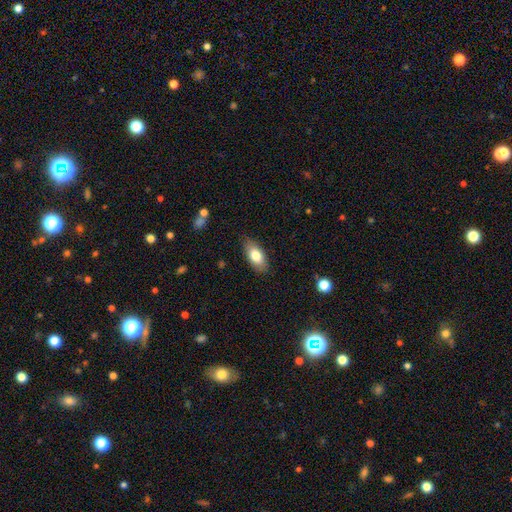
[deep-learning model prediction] Smooth or featured? Predicted: smooth (p=0.78). How rounded? Predicted: in between (p=0.90). Merging? Predicted: none (p=0.83).